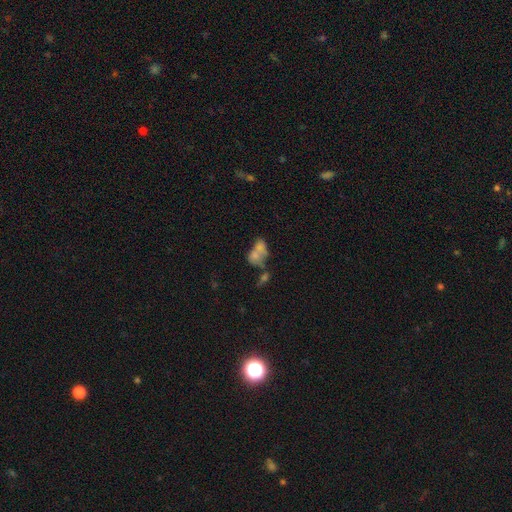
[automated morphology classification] smooth_or_featured: smooth (p=0.62) [alt: featured or disk p=0.25]
how_rounded: in between (p=0.68) [alt: round p=0.30]
merging: merger (p=0.64) [alt: none p=0.19]